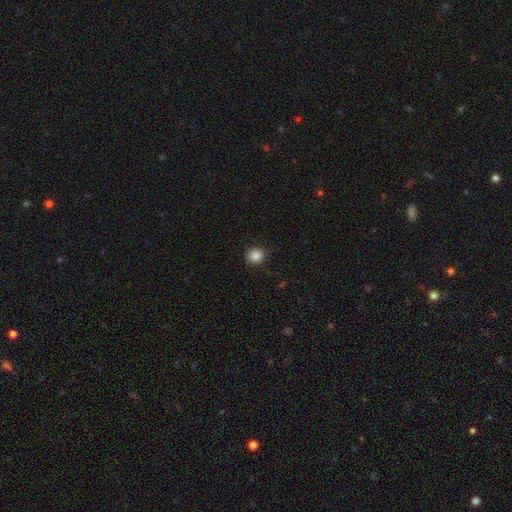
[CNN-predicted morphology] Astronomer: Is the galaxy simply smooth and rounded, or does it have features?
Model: smooth — 85%.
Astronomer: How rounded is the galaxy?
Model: round — 87%.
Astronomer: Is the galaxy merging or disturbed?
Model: none — 85%.